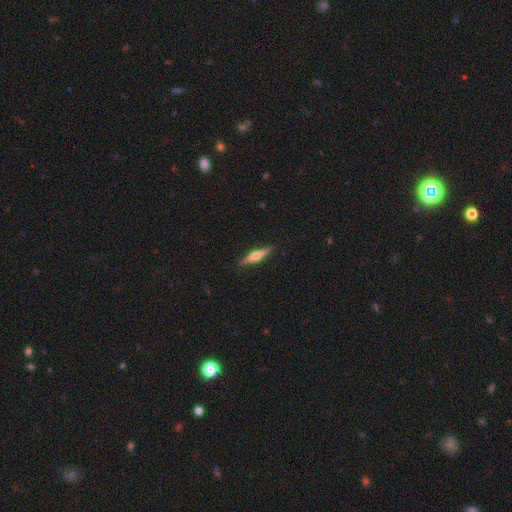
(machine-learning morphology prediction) Q: Smooth or featured?
A: featured or disk (64%); runner-up: smooth (30%)
Q: Edge-on disk?
A: yes (97%); runner-up: no (3%)
Q: Edge-on bulge?
A: rounded (93%); runner-up: boxy (4%)
Q: Merging?
A: none (90%); runner-up: minor disturbance (7%)